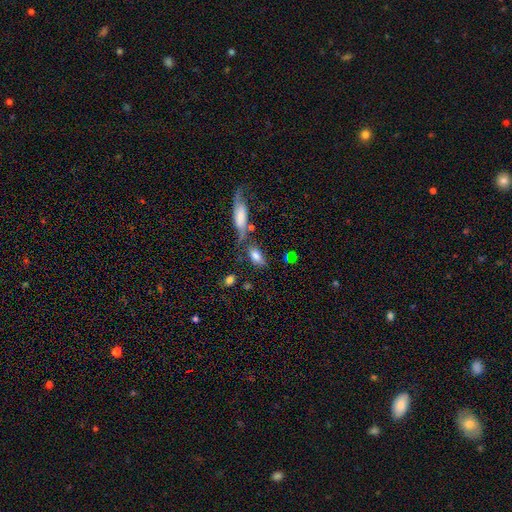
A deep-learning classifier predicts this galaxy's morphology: type=smooth (77%); roundness=in between (85%); merging=none (53%).